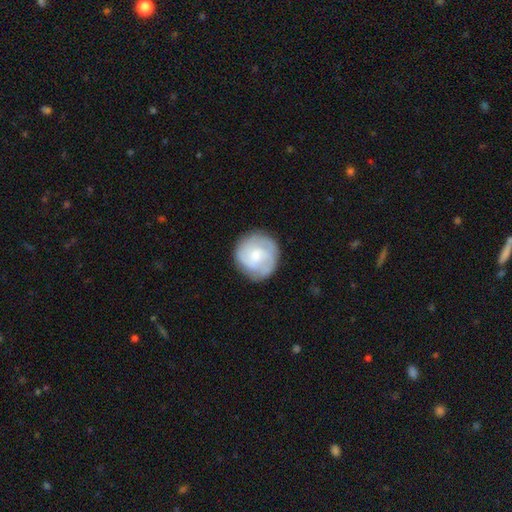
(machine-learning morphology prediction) smooth_or_featured: featured or disk (p=0.47) [tied with: smooth p=0.47]
merging: none (p=0.78) [alt: minor disturbance p=0.16]